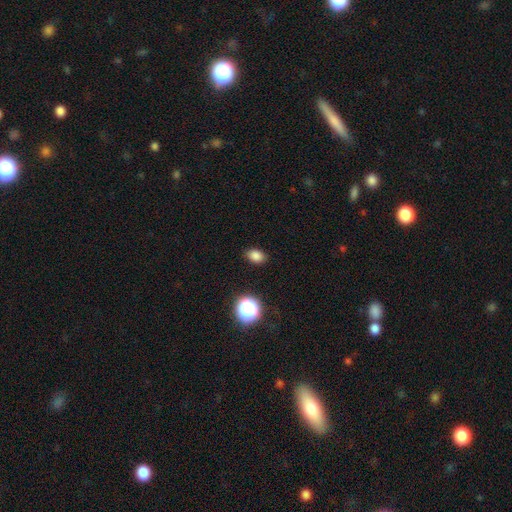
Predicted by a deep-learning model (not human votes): Smooth or featured?
  - smooth: 83% *
  - star or artifact: 13%
  - featured or disk: 4%
How rounded?
  - in between: 74% *
  - round: 25%
  - cigar-shaped: 1%
Merging?
  - none: 87% *
  - minor disturbance: 10%
  - major disturbance: 2%
  - merger: 1%